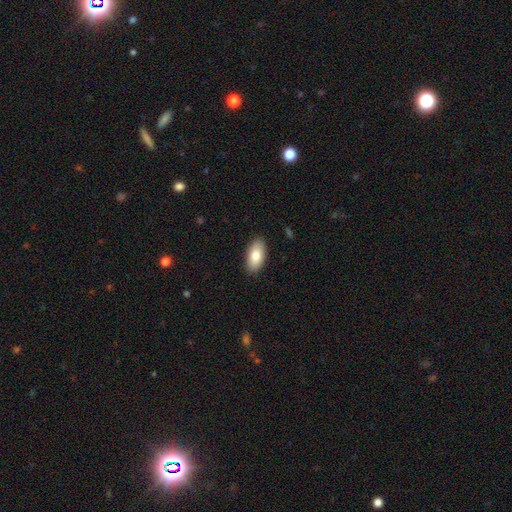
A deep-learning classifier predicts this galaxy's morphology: Smooth or featured? Predicted: smooth (p=0.81). How rounded? Predicted: in between (p=0.94). Merging? Predicted: none (p=0.89).